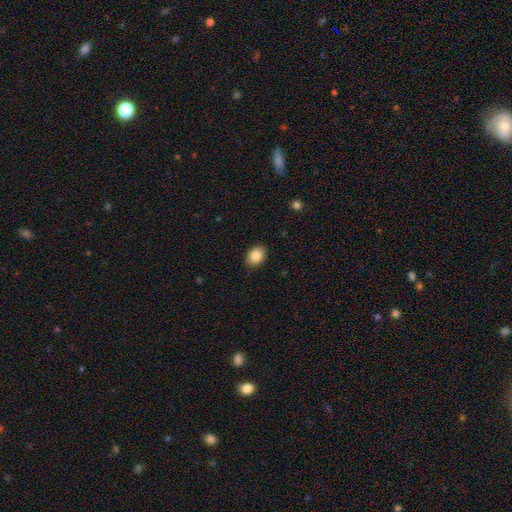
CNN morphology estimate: type=smooth (86%); roundness=in between (74%); merging=none (88%).